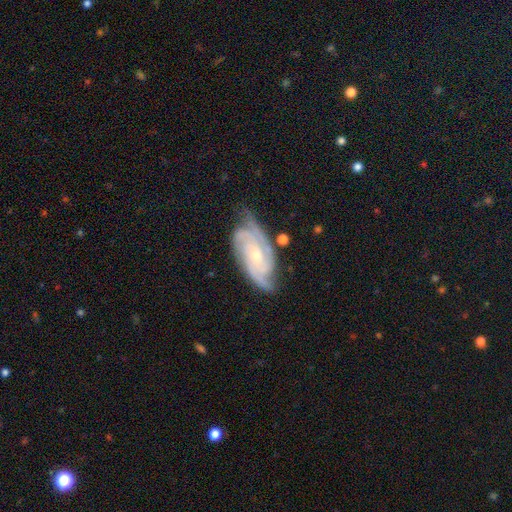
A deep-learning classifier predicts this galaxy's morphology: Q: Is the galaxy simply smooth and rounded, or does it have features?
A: featured or disk — 88%.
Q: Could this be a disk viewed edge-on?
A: no — 96%.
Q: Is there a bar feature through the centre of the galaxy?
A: no — 68%.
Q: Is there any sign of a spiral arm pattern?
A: yes — 98%.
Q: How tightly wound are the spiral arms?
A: tight — 64%.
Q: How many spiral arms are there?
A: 3 — 44%.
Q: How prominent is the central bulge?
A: small — 58%.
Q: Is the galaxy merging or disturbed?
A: none — 71%.